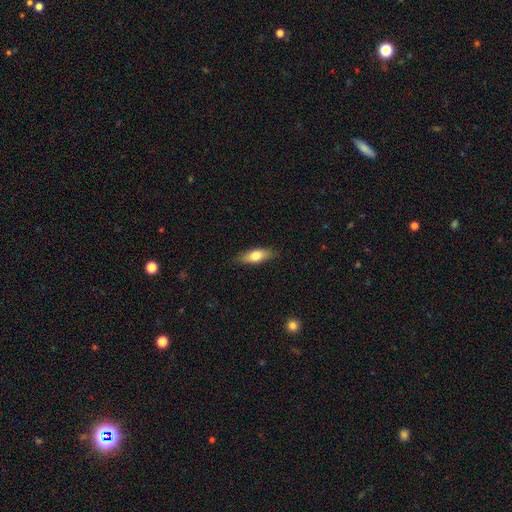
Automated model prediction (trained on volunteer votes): smooth-or-featured: smooth: 73% | featured or disk: 21% | star or artifact: 6%
  how-rounded: in between: 65% | cigar-shaped: 32% | round: 3%
  merging: none: 85% | minor disturbance: 12% | major disturbance: 2% | merger: 1%